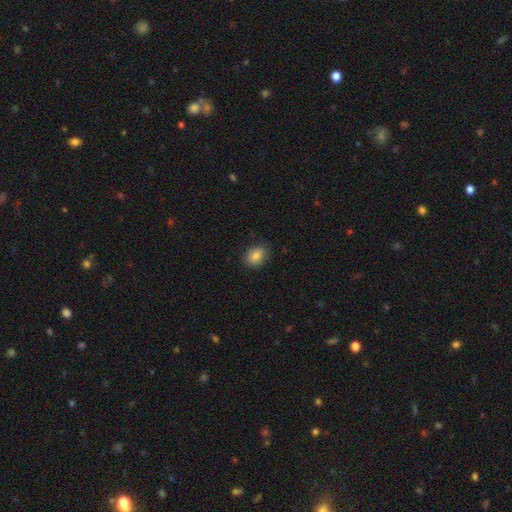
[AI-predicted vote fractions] This is clearly a smooth galaxy (85%). How rounded: likely in between (62%). Merging: clearly none (83%).